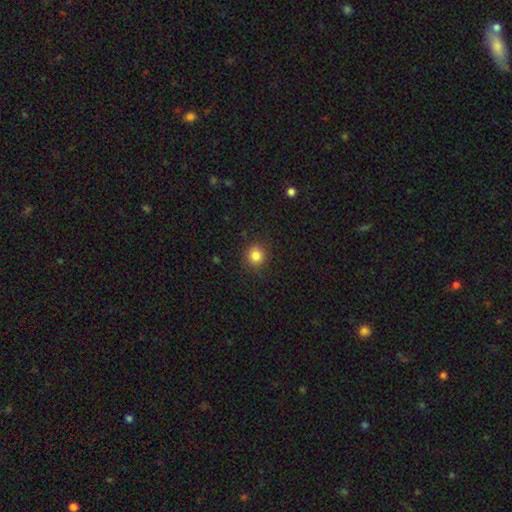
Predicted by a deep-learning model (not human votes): smooth 84%, star or artifact 11%, featured or disk 5%. Down the decision tree: how rounded — round (90%); merging — none (88%).